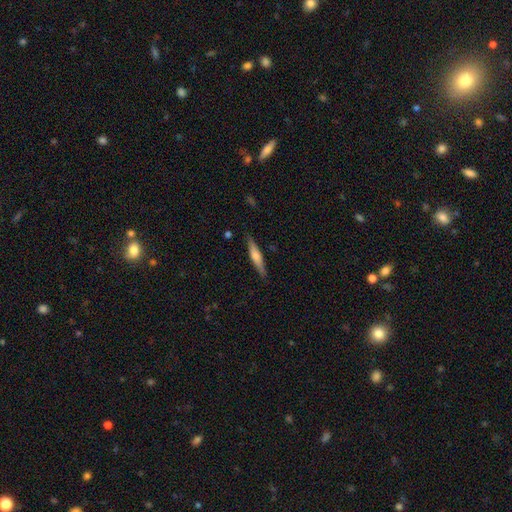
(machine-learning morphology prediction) Q: Smooth or featured?
A: featured or disk (51%); runner-up: smooth (43%)
Q: Edge-on disk?
A: yes (96%); runner-up: no (4%)
Q: Merging?
A: none (88%); runner-up: minor disturbance (9%)